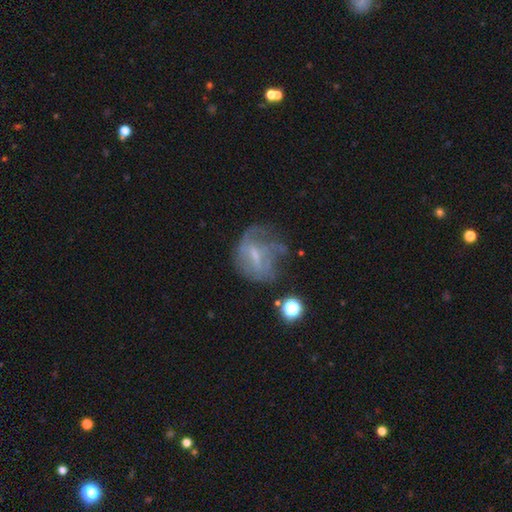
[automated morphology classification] A featured or disk galaxy (59%) with a weak bar (46%), no spiral arms (52%) and a small central bulge (46%). Merging: none (37%).